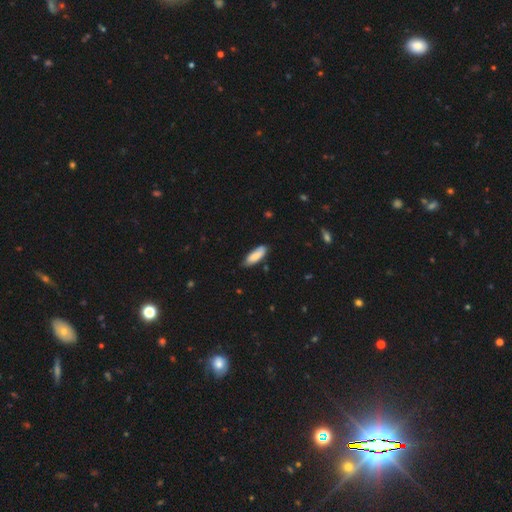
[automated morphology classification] Q: Smooth or featured?
A: smooth (84%); runner-up: featured or disk (10%)
Q: How rounded?
A: in between (63%); runner-up: cigar-shaped (35%)
Q: Merging?
A: none (73%); runner-up: minor disturbance (22%)